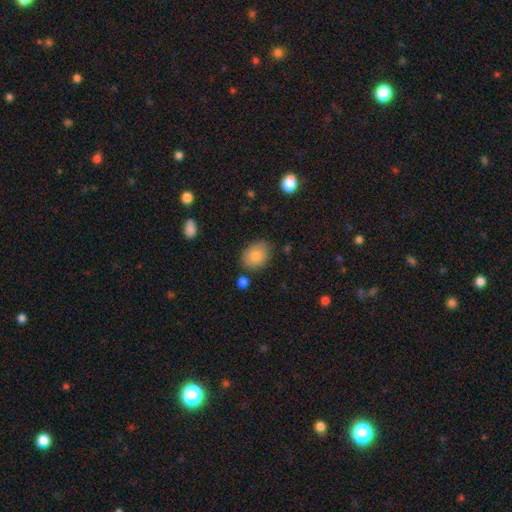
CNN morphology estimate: A smooth galaxy with no disk features (82%) that is in between round and cigar-shaped (72%). Merging: none (81%).